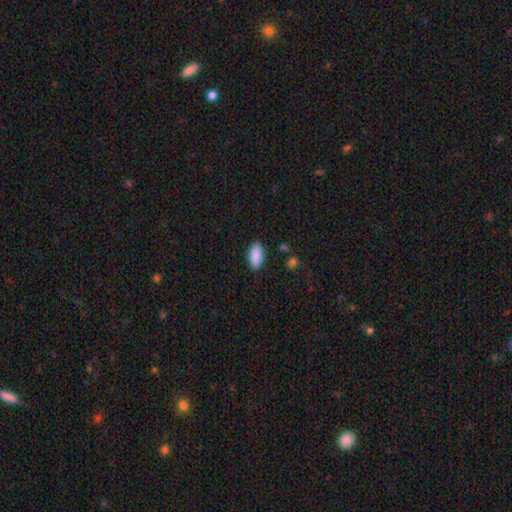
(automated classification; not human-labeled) smooth-or-featured: smooth: 90% | star or artifact: 7% | featured or disk: 3%
  how-rounded: in between: 93% | cigar-shaped: 5% | round: 3%
  merging: none: 87% | minor disturbance: 9% | major disturbance: 2% | merger: 2%